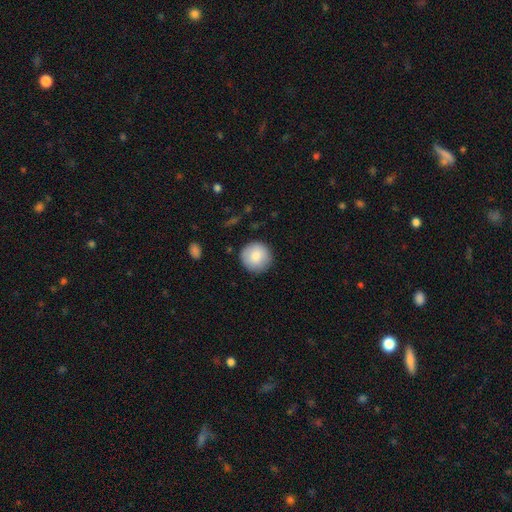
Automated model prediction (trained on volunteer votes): A smooth galaxy with no disk features (84%) that is round (95%).

Vote fractions:
- Smooth or featured? smooth: 84% / featured or disk: 9% / star or artifact: 7%
- How rounded? round: 95% / in between: 4% / cigar-shaped: 1%
- Merging? none: 89% / minor disturbance: 8% / major disturbance: 2% / merger: 1%